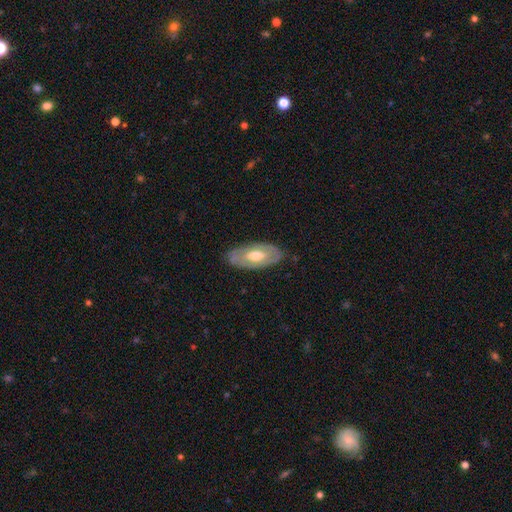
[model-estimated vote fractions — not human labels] A featured or disk galaxy (57%).

Vote fractions:
- Smooth or featured? featured or disk: 57% / smooth: 38% / star or artifact: 5%
- Edge-on disk? no: 84% / yes: 16%
- Merging? none: 80% / minor disturbance: 15% / major disturbance: 4% / merger: 1%